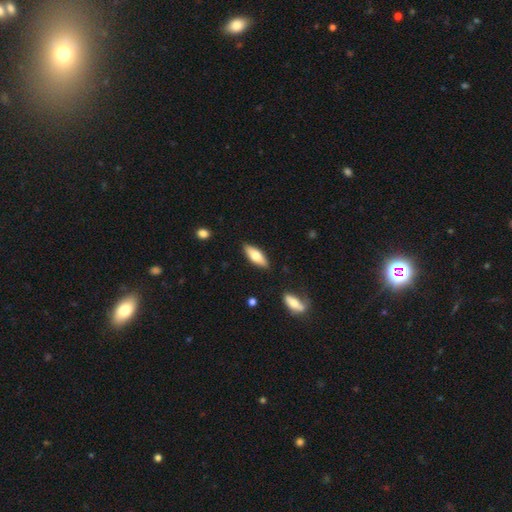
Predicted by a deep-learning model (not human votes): This is likely a smooth galaxy (67%). How rounded: likely in between (66%). Merging: clearly none (86%).